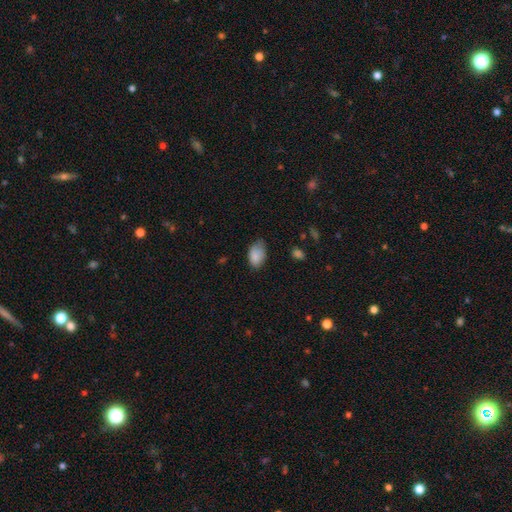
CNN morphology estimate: smooth 86%, star or artifact 7%, featured or disk 6%. Down the decision tree: how rounded — in between (90%); merging — none (56%).